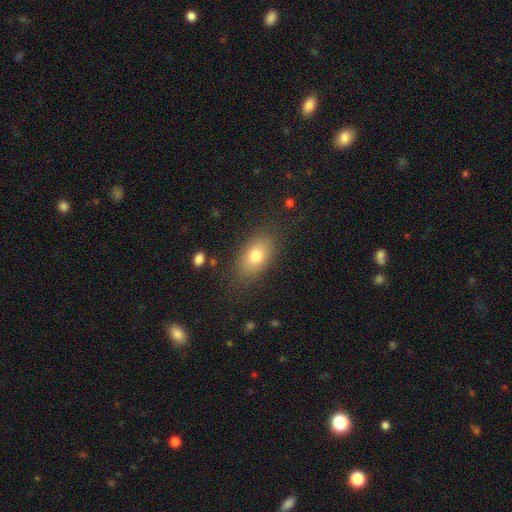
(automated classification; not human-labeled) smooth_or_featured: smooth (p=0.77) [alt: featured or disk p=0.14]
how_rounded: in between (p=0.87) [alt: round p=0.10]
merging: none (p=0.82) [alt: minor disturbance p=0.12]